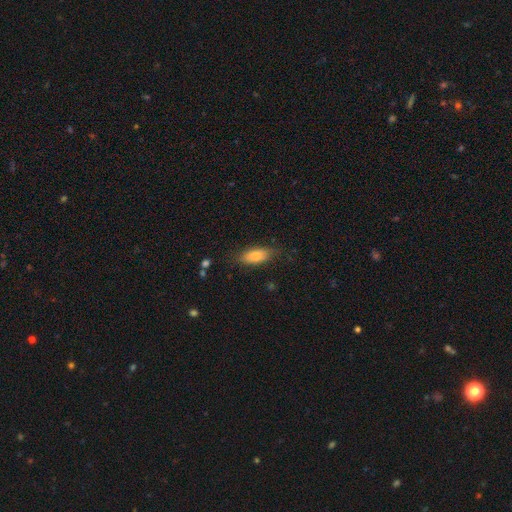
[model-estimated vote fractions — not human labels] Smooth or featured: smooth — 79% (featured or disk — 14%)
How rounded: in between — 83% (cigar-shaped — 14%)
Merging: none — 76% (minor disturbance — 18%)